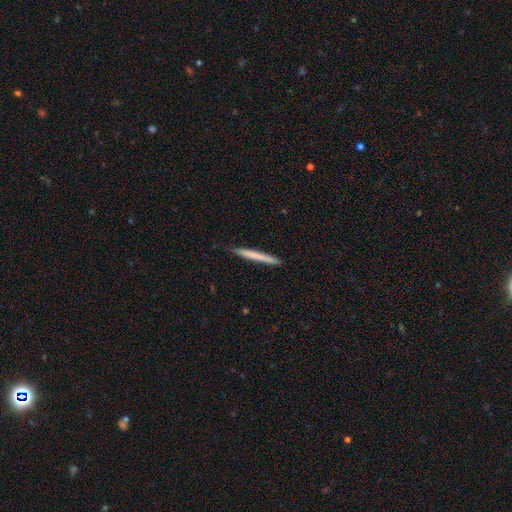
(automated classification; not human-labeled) Q: Smooth or featured?
A: smooth (67%); runner-up: featured or disk (28%)
Q: How rounded?
A: cigar-shaped (97%); runner-up: in between (2%)
Q: Merging?
A: none (89%); runner-up: minor disturbance (9%)